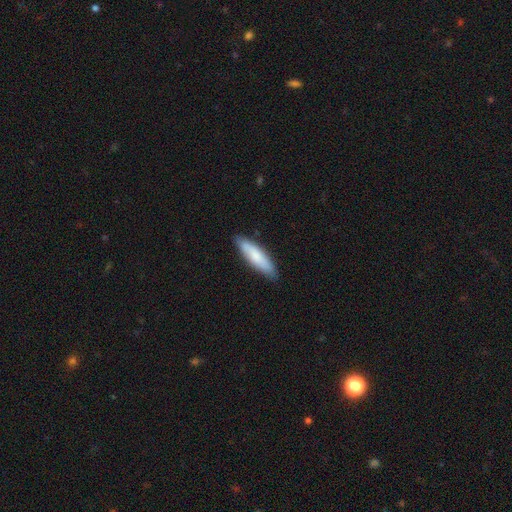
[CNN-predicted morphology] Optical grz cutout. It shows a smooth galaxy with no disk features (76%) that is cigar-shaped (68%). Merging: none (84%).